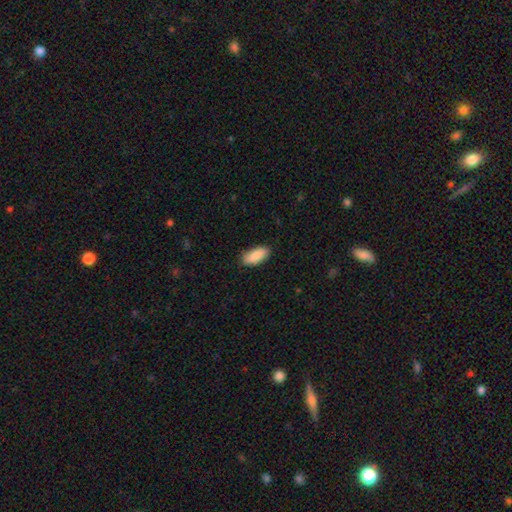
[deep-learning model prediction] Smooth or featured: smooth — 88% (featured or disk — 6%)
How rounded: in between — 86% (cigar-shaped — 12%)
Merging: none — 84% (minor disturbance — 13%)